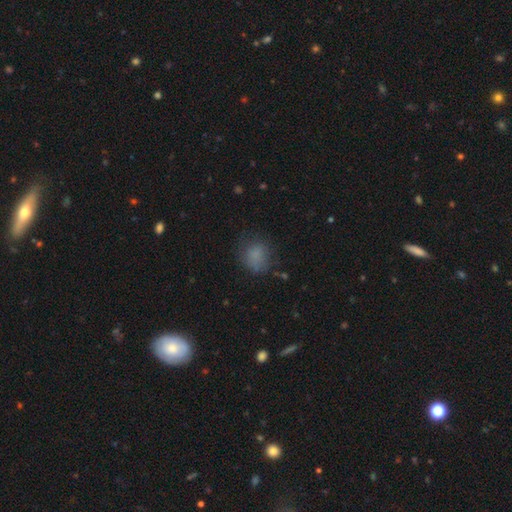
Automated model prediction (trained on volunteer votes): Q: Smooth or featured?
A: smooth (78%); runner-up: star or artifact (14%)
Q: How rounded?
A: round (67%); runner-up: in between (32%)
Q: Merging?
A: none (67%); runner-up: minor disturbance (21%)